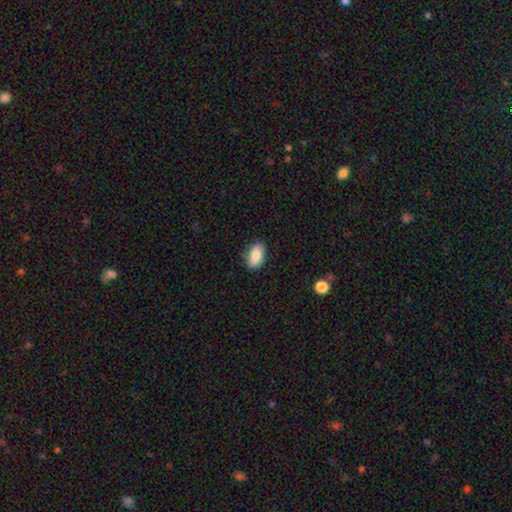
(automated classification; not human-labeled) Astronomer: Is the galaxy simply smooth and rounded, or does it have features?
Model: smooth — 83%.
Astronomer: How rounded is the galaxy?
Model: in between — 90%.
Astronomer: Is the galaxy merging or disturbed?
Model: none — 80%.